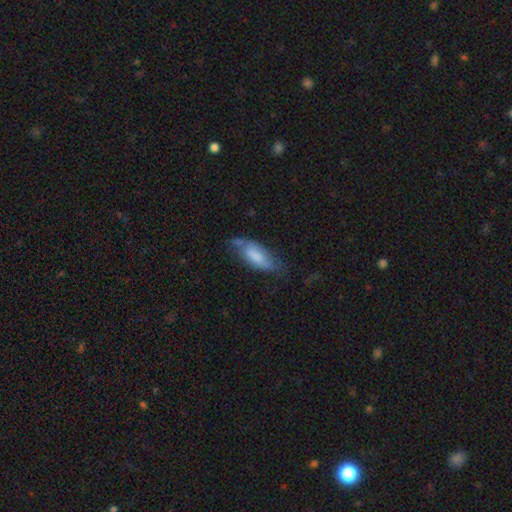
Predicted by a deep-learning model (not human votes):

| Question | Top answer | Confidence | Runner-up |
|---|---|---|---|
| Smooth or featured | smooth | 70% | featured or disk (23%) |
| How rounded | in between | 73% | cigar-shaped (25%) |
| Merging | none | 46% | minor disturbance (34%) |